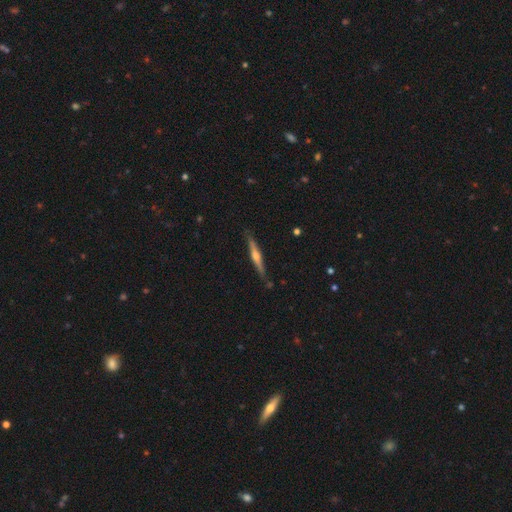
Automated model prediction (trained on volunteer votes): featured or disk 72%, smooth 23%, star or artifact 6%. Down the decision tree: edge-on disk — yes (98%); edge-on bulge — rounded (85%); merging — none (85%).